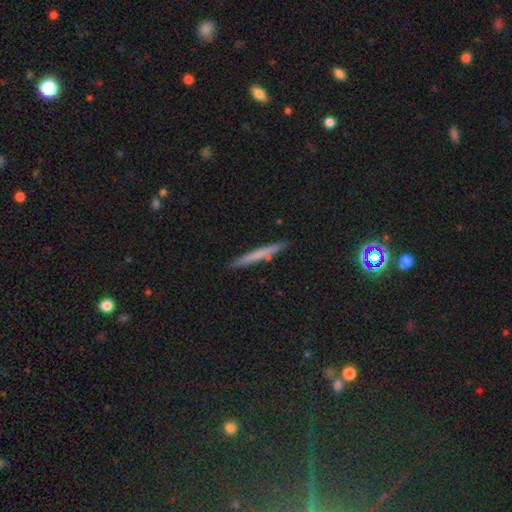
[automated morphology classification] Smooth or featured?
  - smooth: 59% *
  - featured or disk: 33%
  - star or artifact: 8%
How rounded?
  - cigar-shaped: 96% *
  - in between: 3%
  - round: 2%
Merging?
  - none: 89% *
  - minor disturbance: 8%
  - merger: 2%
  - major disturbance: 2%